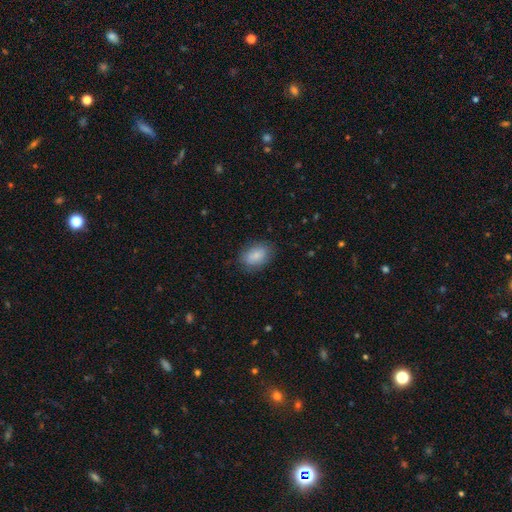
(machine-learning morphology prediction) Smooth or featured? Predicted: smooth (p=0.82). How rounded? Predicted: in between (p=0.85). Merging? Predicted: none (p=0.79).